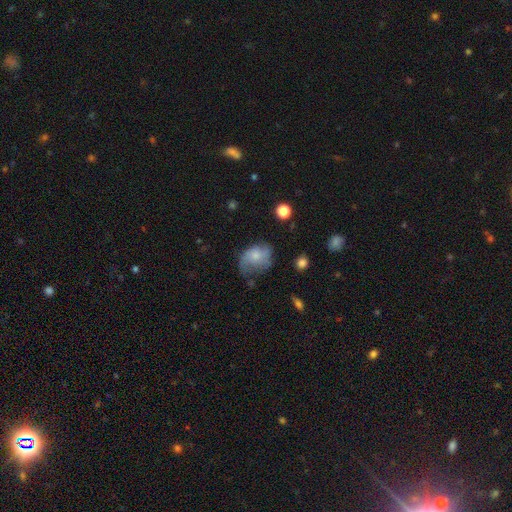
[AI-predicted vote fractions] Overall: smooth (50%; featured or disk 41%). How rounded: in between (65%; round 34%). Merging: none (42%; minor disturbance 32%).